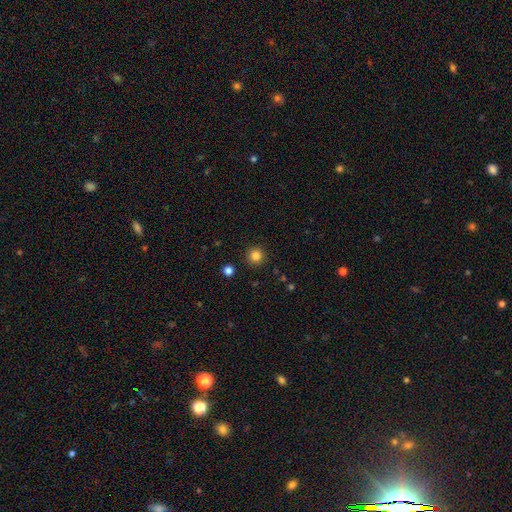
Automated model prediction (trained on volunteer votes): Smooth or featured: smooth — 83% (star or artifact — 12%)
How rounded: round — 95% (in between — 4%)
Merging: none — 91% (minor disturbance — 5%)